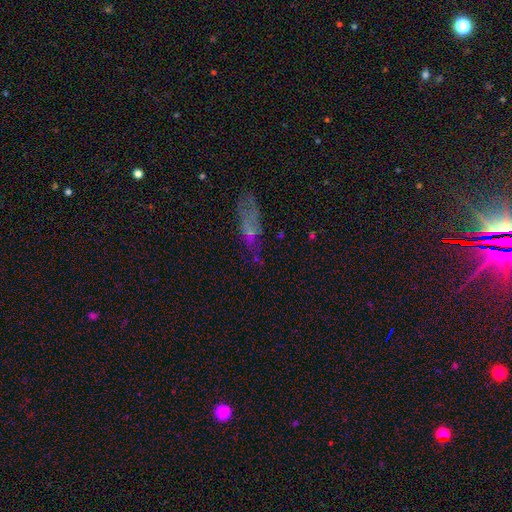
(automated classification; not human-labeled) This is marginally a smooth galaxy (45%). Merging: likely none (61%).